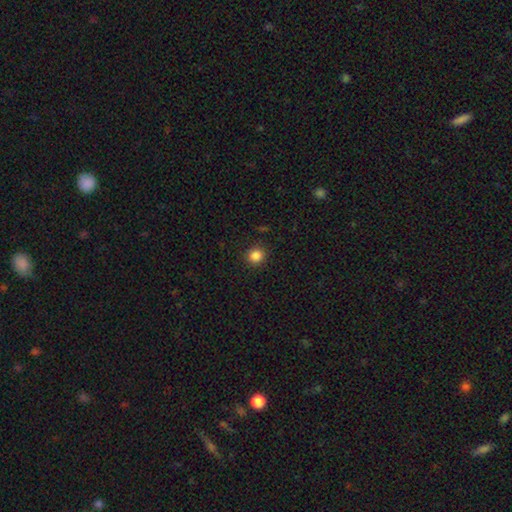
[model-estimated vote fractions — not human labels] Overall: smooth (86%). How rounded: round (86%). Merging: none (90%).